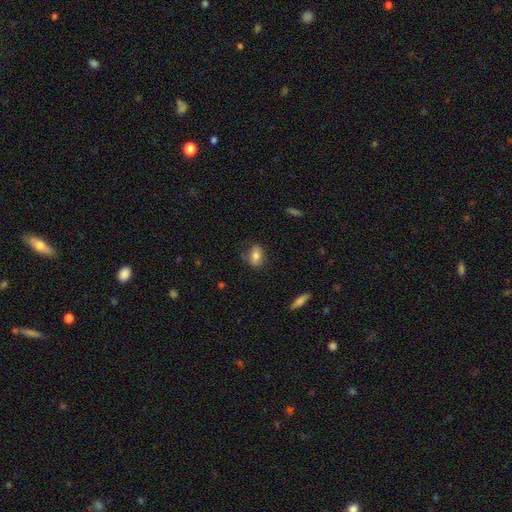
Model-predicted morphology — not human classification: Q: Smooth or featured?
A: smooth (74%); runner-up: featured or disk (18%)
Q: How rounded?
A: in between (77%); runner-up: round (20%)
Q: Merging?
A: none (75%); runner-up: minor disturbance (19%)